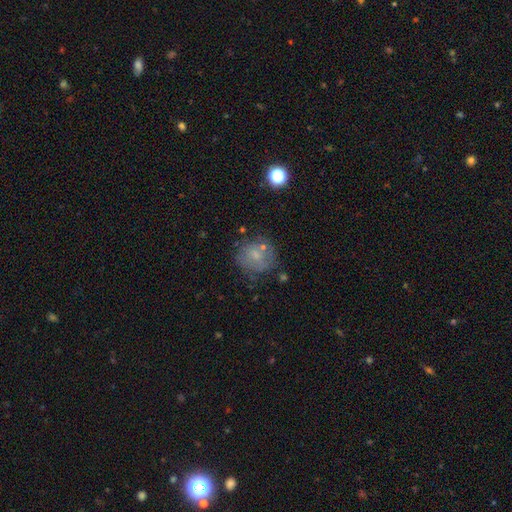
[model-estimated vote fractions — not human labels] Morphology: type=smooth (56%); roundness=round (82%); merging=none (61%).